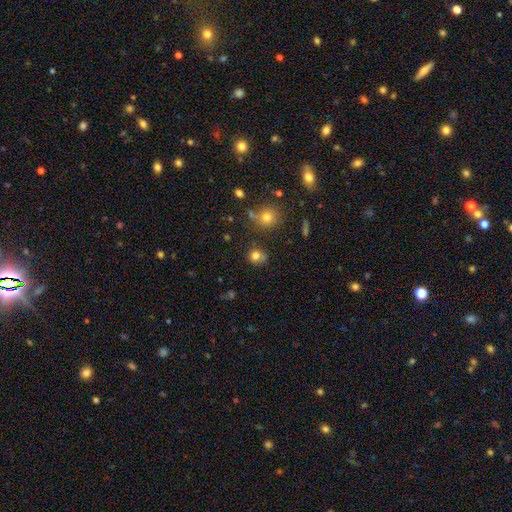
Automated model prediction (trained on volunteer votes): Overall: smooth (78%). How rounded: round (76%). Merging: none (69%).